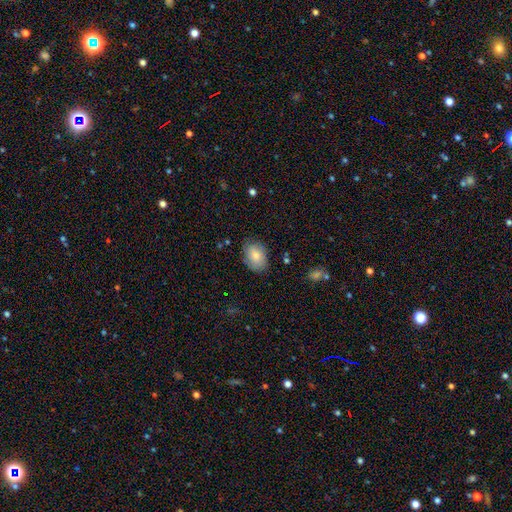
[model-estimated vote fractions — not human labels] smooth_or_featured: smooth (p=0.76) [alt: featured or disk p=0.16]
how_rounded: in between (p=0.80) [alt: round p=0.19]
merging: none (p=0.76) [alt: minor disturbance p=0.19]